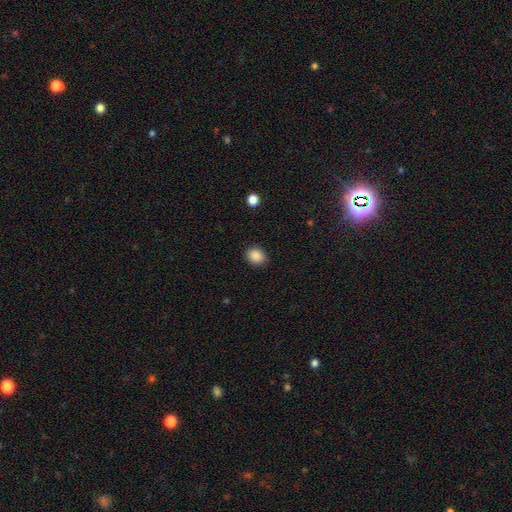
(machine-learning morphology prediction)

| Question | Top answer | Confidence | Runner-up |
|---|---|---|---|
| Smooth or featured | smooth | 88% | star or artifact (9%) |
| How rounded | round | 61% | in between (38%) |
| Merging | none | 88% | minor disturbance (8%) |